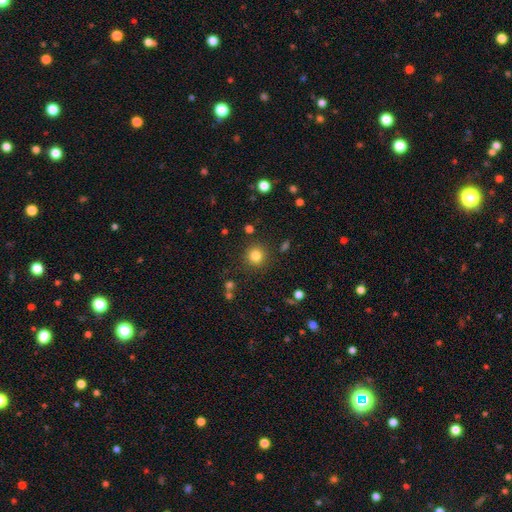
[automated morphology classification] smooth_or_featured: smooth (p=0.82) [alt: star or artifact p=0.13]
how_rounded: round (p=0.93) [alt: in between p=0.06]
merging: none (p=0.88) [alt: minor disturbance p=0.07]